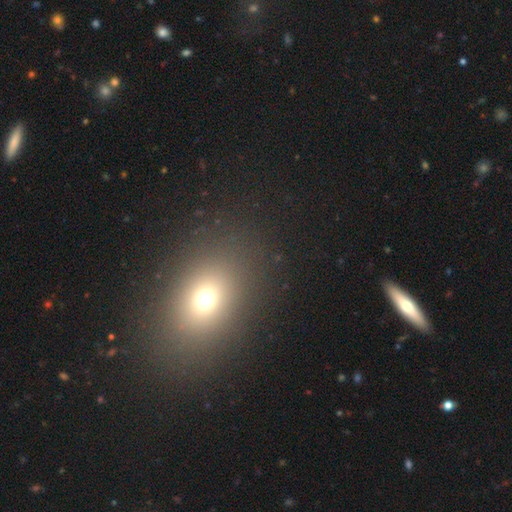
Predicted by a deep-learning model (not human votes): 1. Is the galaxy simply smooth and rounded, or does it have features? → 65% smooth, 23% star or artifact, 13% featured or disk.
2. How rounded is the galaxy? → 63% in between, 35% round, 3% cigar-shaped.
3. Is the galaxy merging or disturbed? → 88% none, 7% minor disturbance, 3% major disturbance, 2% merger.